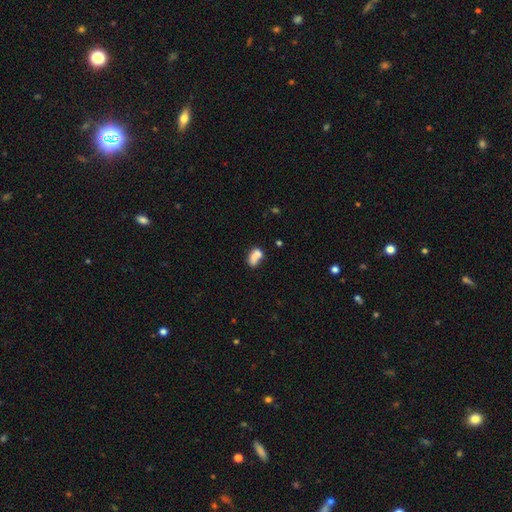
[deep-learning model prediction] Morphology: type=smooth (70%); roundness=in between (80%); merging=merger (41%).